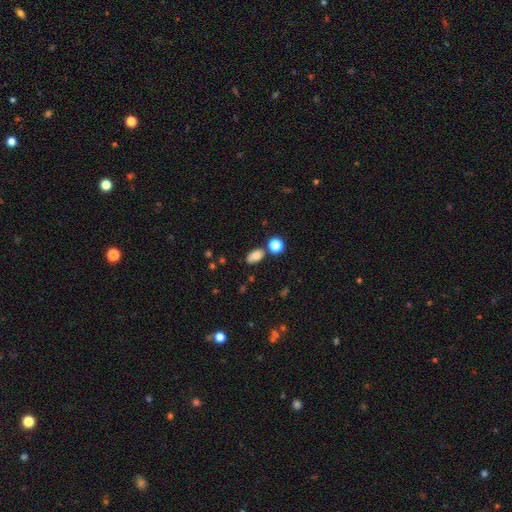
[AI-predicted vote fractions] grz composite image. It shows a smooth galaxy with no disk features (79%) that is in between round and cigar-shaped (85%). Merging: none (67%).